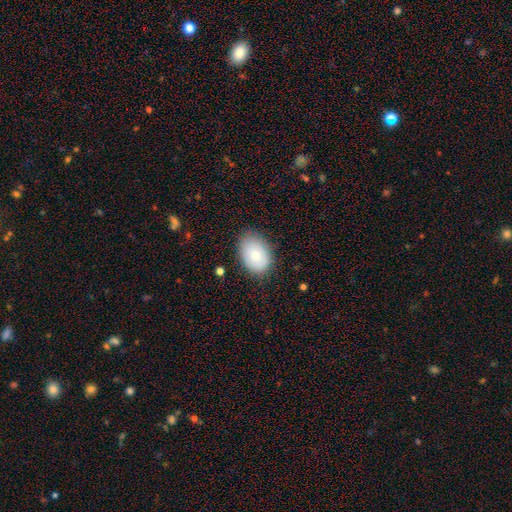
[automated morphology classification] Smooth or featured: smooth — 76% (featured or disk — 17%)
How rounded: in between — 83% (round — 16%)
Merging: none — 76% (minor disturbance — 19%)